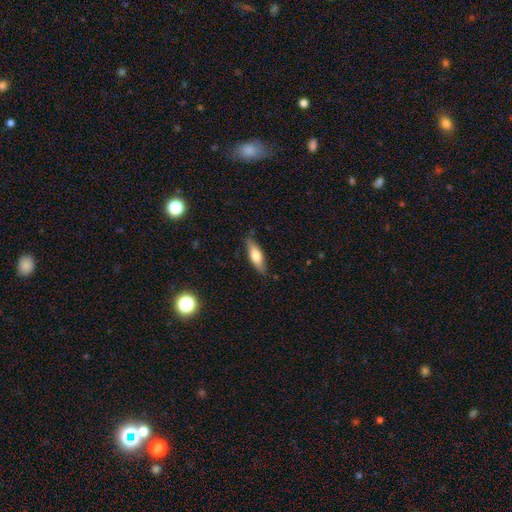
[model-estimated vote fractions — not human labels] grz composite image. It shows a smooth galaxy with no disk features (61%) that is cigar-shaped (50%). Merging: none (81%).